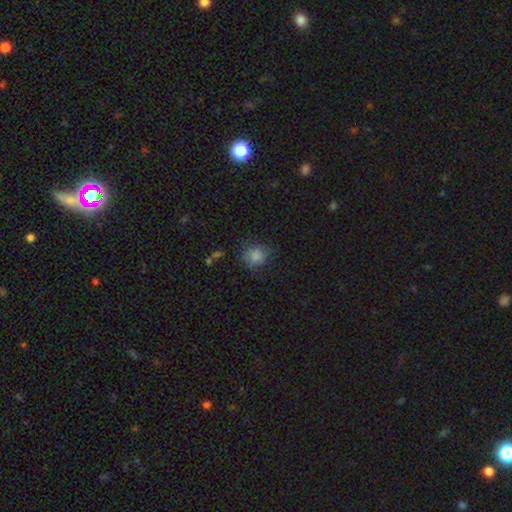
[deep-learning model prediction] A smooth galaxy with no disk features (83%) that is round (80%).

Vote fractions:
- Smooth or featured? smooth: 83% / star or artifact: 11% / featured or disk: 5%
- How rounded? round: 80% / in between: 19% / cigar-shaped: 1%
- Merging? none: 76% / minor disturbance: 17% / major disturbance: 5% / merger: 2%